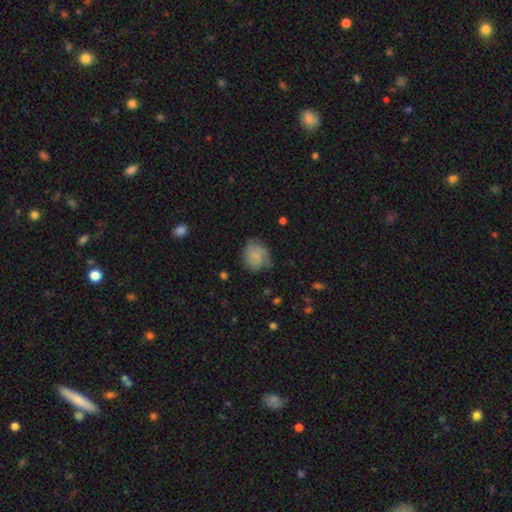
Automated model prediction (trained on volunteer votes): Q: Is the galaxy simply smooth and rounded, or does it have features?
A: smooth — 62%.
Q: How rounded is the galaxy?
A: round — 70%.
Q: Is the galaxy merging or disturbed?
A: none — 62%.